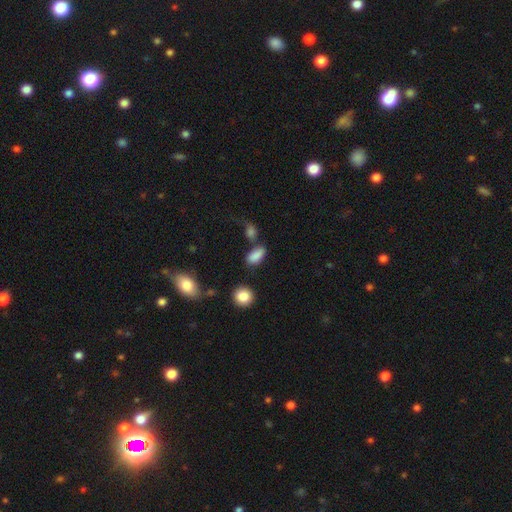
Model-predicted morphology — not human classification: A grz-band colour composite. It shows a smooth galaxy with no disk features (85%) that is in between round and cigar-shaped (87%). Merging: none (65%).